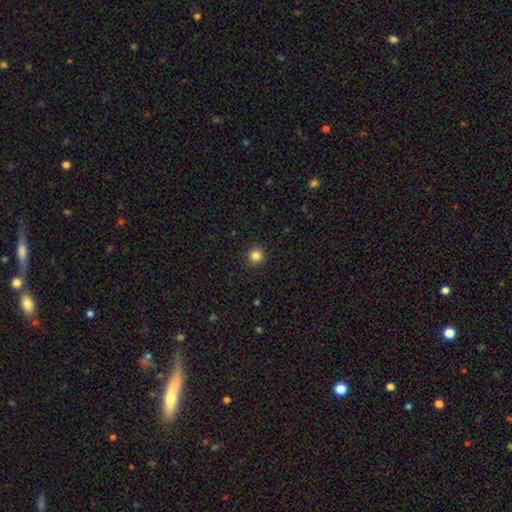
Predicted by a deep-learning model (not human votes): smooth 84%, star or artifact 12%, featured or disk 4%. Down the decision tree: how rounded — round (94%); merging — none (92%).